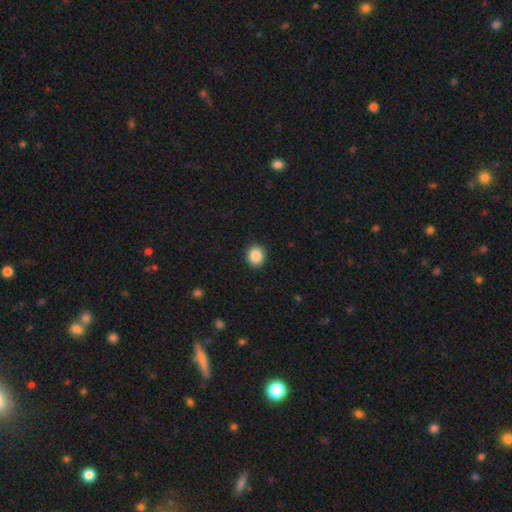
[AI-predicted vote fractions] Overall: smooth (87%). How rounded: round (79%). Merging: none (91%).